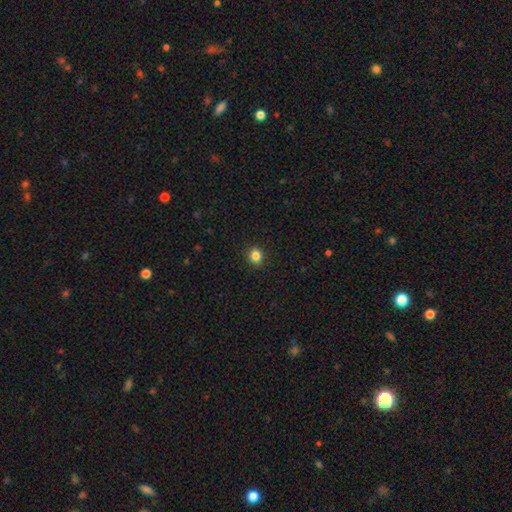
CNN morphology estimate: This is clearly a smooth galaxy (84%). How rounded: likely round (75%). Merging: clearly none (91%).